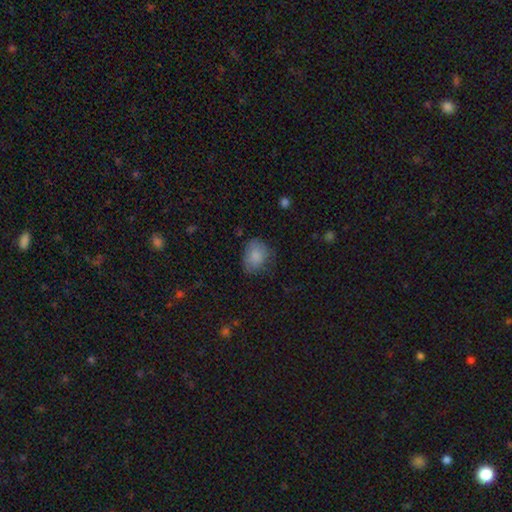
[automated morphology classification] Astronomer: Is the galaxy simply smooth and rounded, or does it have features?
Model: smooth — 83%.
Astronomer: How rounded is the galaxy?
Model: in between — 59% (runner-up: round, 39%).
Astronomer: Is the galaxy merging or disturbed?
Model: none — 60%.